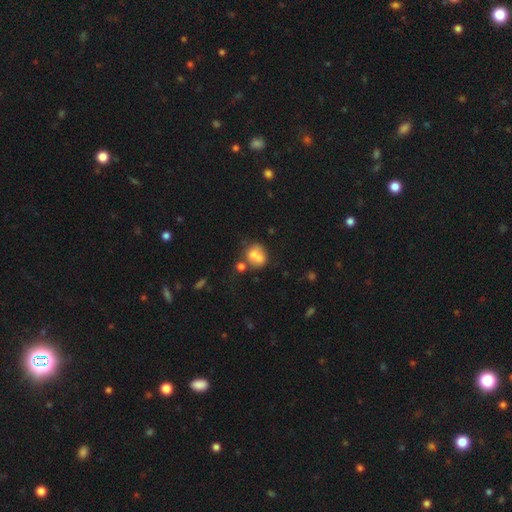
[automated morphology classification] Smooth or featured?
  - smooth: 66% *
  - featured or disk: 24%
  - star or artifact: 11%
How rounded?
  - round: 52% *
  - in between: 46%
  - cigar-shaped: 2%
Merging?
  - merger: 41% *
  - none: 36%
  - minor disturbance: 15%
  - major disturbance: 8%